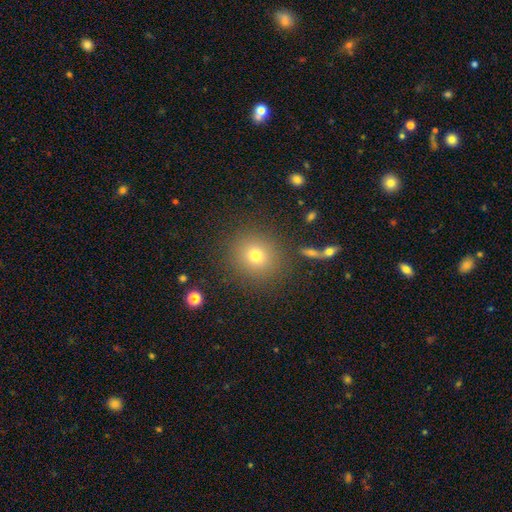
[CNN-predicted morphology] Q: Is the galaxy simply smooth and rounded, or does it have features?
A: smooth — 73%.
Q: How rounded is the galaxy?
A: round — 87%.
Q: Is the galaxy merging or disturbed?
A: none — 87%.